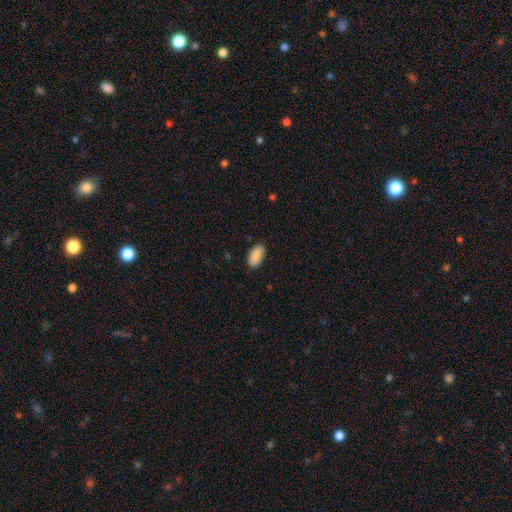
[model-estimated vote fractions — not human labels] Smooth or featured?
  - smooth: 86% *
  - featured or disk: 7%
  - star or artifact: 7%
How rounded?
  - in between: 93% *
  - cigar-shaped: 4%
  - round: 3%
Merging?
  - none: 84% *
  - minor disturbance: 12%
  - major disturbance: 2%
  - merger: 1%